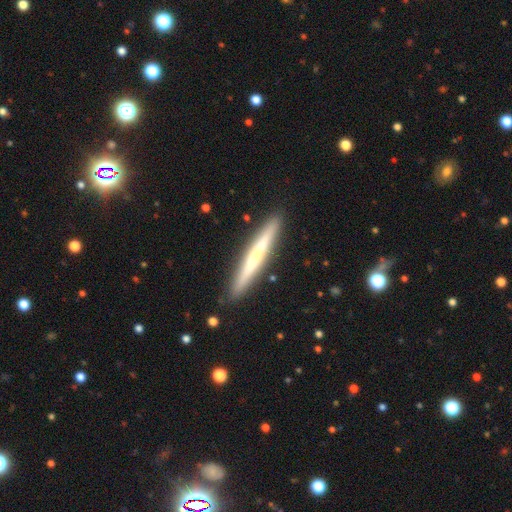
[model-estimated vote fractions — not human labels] Morphology: type=featured or disk (56%); edge-on=yes (96%); edge-on bulge=rounded (48%); merging=none (91%).